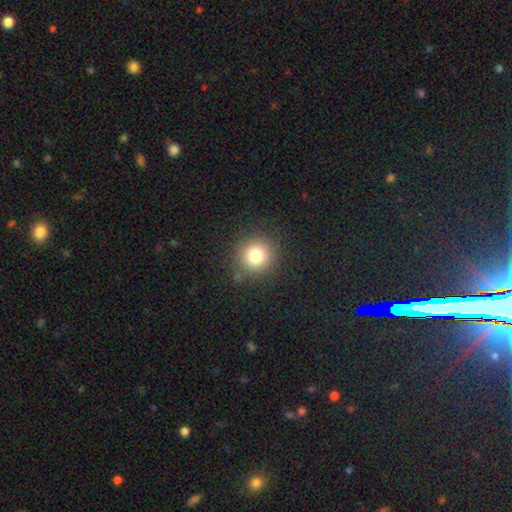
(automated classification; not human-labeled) Smooth or featured? Predicted: smooth (p=0.79). How rounded? Predicted: round (p=0.92). Merging? Predicted: none (p=0.87).